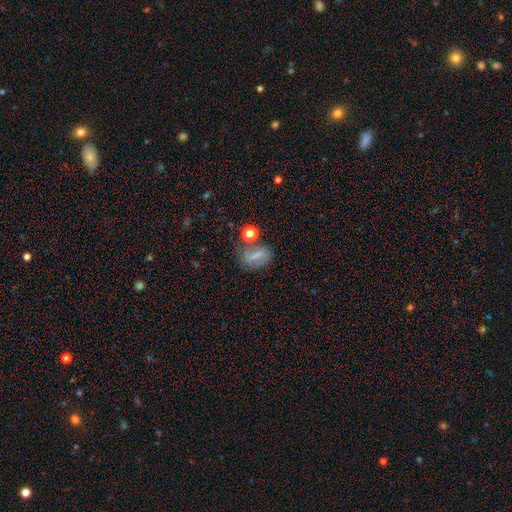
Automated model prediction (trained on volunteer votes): Q: Smooth or featured?
A: smooth (51%); runner-up: featured or disk (34%)
Q: How rounded?
A: in between (61%); runner-up: round (33%)
Q: Merging?
A: none (57%); runner-up: minor disturbance (18%)